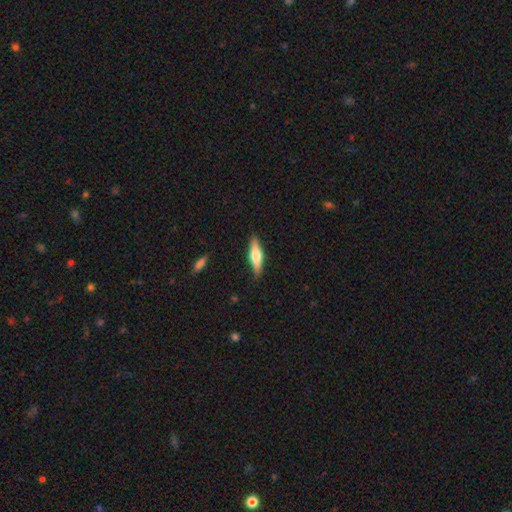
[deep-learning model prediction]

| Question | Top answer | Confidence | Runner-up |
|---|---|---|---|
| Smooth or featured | featured or disk | 48% | smooth (46%) |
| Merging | none | 88% | minor disturbance (9%) |